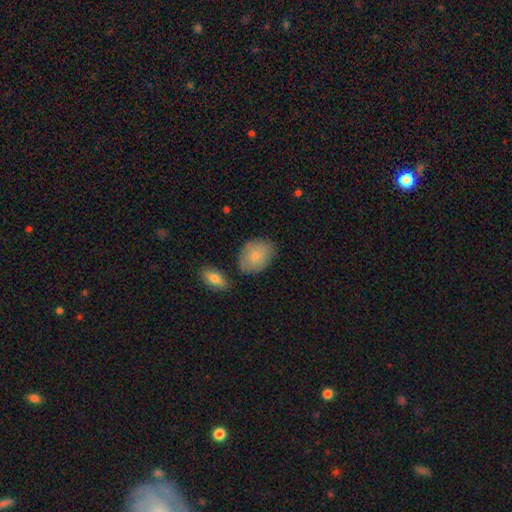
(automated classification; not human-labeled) Smooth or featured: smooth — 81% (featured or disk — 13%)
How rounded: in between — 75% (round — 24%)
Merging: none — 73% (minor disturbance — 17%)